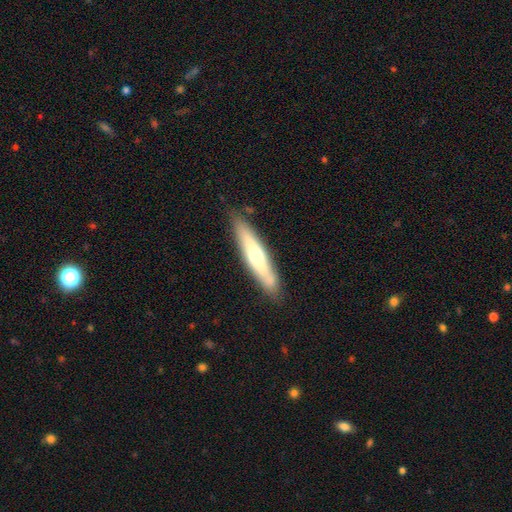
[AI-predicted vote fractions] The model was most divided on "smooth or featured" (2-way tie): smooth: 47%, featured or disk: 47%, star or artifact: 6%. More confident: merging — none (82%).